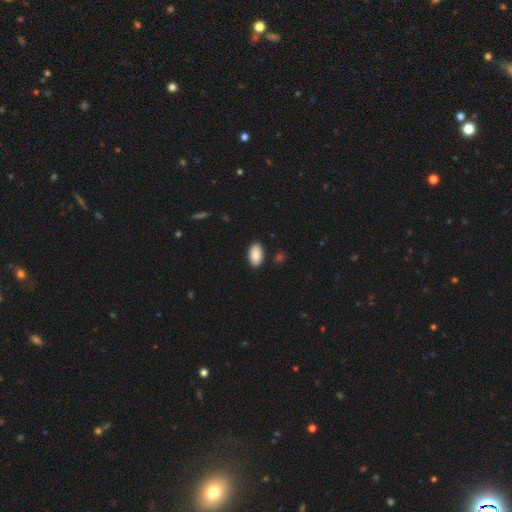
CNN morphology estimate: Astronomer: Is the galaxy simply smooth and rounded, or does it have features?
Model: smooth — 89%.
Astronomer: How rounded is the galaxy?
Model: in between — 95%.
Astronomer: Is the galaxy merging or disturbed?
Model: none — 88%.